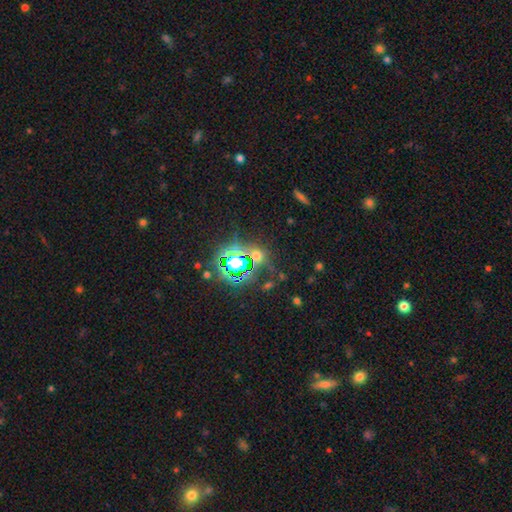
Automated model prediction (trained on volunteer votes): smooth-or-featured: star or artifact: 64% | smooth: 27% | featured or disk: 10%